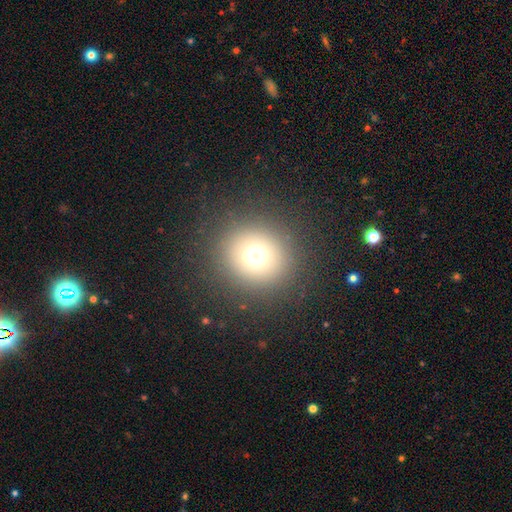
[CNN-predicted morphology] A smooth galaxy with no disk features (70%) that is round (92%).

Vote fractions:
- Smooth or featured? smooth: 70% / star or artifact: 19% / featured or disk: 11%
- How rounded? round: 92% / in between: 8% / cigar-shaped: 1%
- Merging? none: 88% / minor disturbance: 6% / major disturbance: 4% / merger: 1%